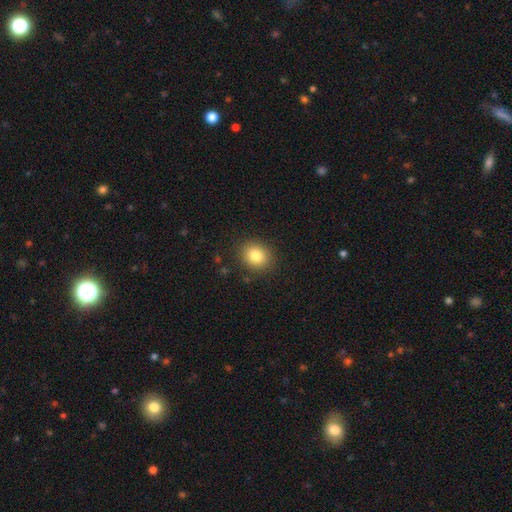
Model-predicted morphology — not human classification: Smooth or featured?
  - smooth: 82% *
  - star or artifact: 10%
  - featured or disk: 7%
How rounded?
  - round: 67% *
  - in between: 32%
  - cigar-shaped: 1%
Merging?
  - none: 88% *
  - minor disturbance: 8%
  - major disturbance: 3%
  - merger: 1%